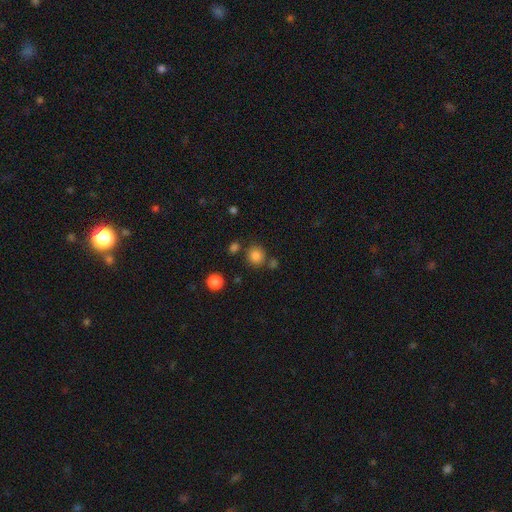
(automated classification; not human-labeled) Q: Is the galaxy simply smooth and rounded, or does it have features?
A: smooth — 83%.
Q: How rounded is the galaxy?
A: round — 89%.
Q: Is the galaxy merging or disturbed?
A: none — 77%.